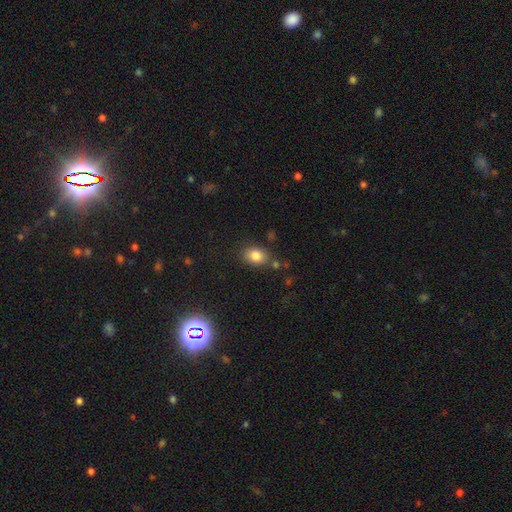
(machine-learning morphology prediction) Overall: smooth (83%). How rounded: in between (68%; round 31%). Merging: none (75%).